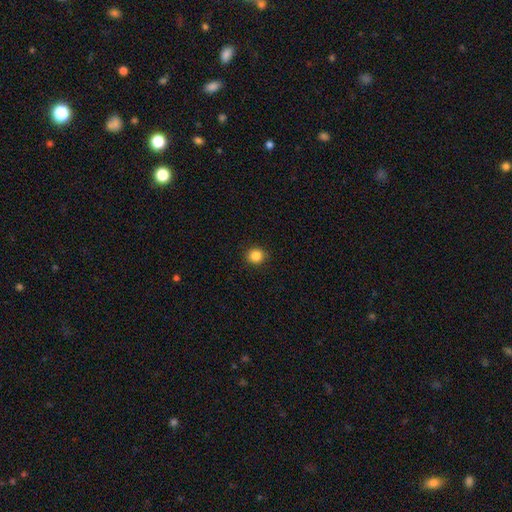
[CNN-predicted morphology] This appears to be a smooth galaxy with no disk features (85%) that is round (88%). Merging: none (92%).